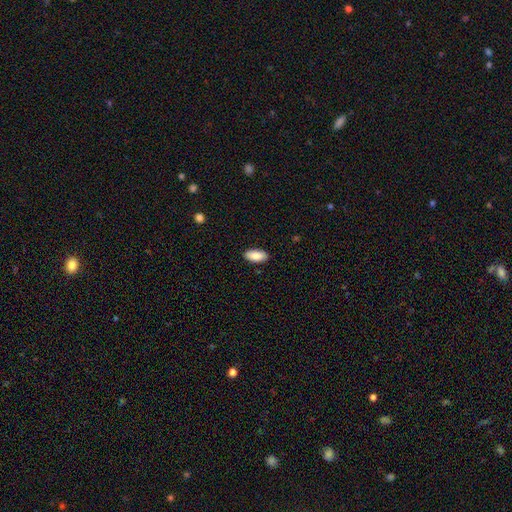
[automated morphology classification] Q: Smooth or featured?
A: smooth (88%); runner-up: star or artifact (6%)
Q: How rounded?
A: in between (91%); runner-up: cigar-shaped (7%)
Q: Merging?
A: none (89%); runner-up: minor disturbance (8%)